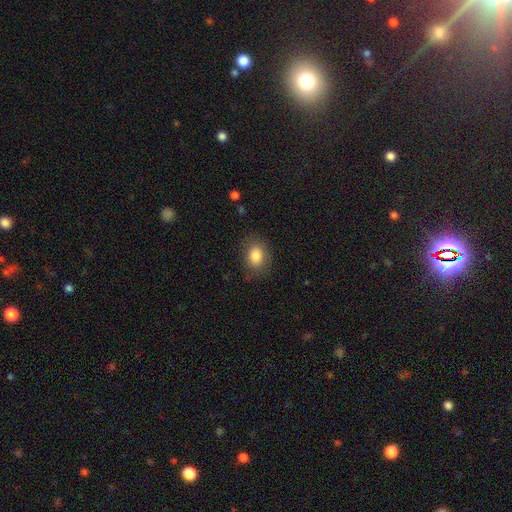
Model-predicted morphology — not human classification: Q: Smooth or featured?
A: smooth (83%); runner-up: star or artifact (9%)
Q: How rounded?
A: in between (61%); runner-up: round (38%)
Q: Merging?
A: none (81%); runner-up: minor disturbance (14%)